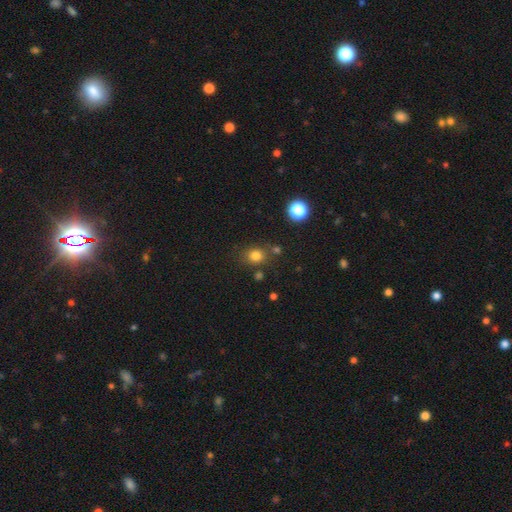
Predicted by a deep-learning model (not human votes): smooth_or_featured: smooth (p=0.78) [alt: star or artifact p=0.15]
how_rounded: round (p=0.71) [alt: in between p=0.28]
merging: none (p=0.75) [alt: minor disturbance p=0.13]